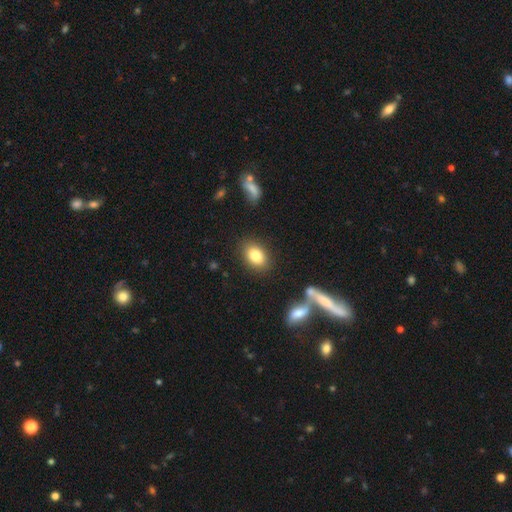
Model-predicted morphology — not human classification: This appears to be a smooth galaxy with no disk features (83%) that is in between round and cigar-shaped (77%). Merging: none (85%).